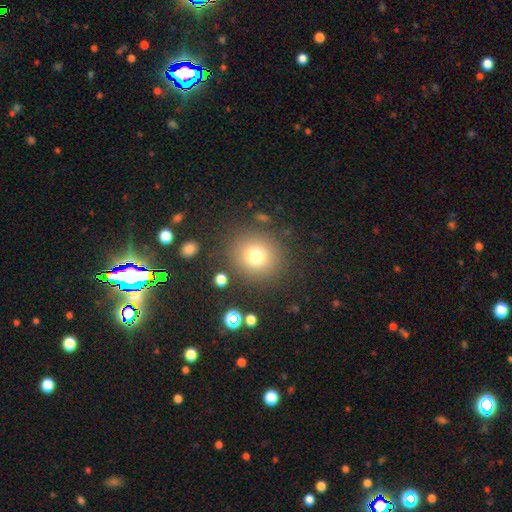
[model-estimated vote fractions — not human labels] This is likely a smooth galaxy (75%). How rounded: clearly round (87%). Merging: clearly none (84%).